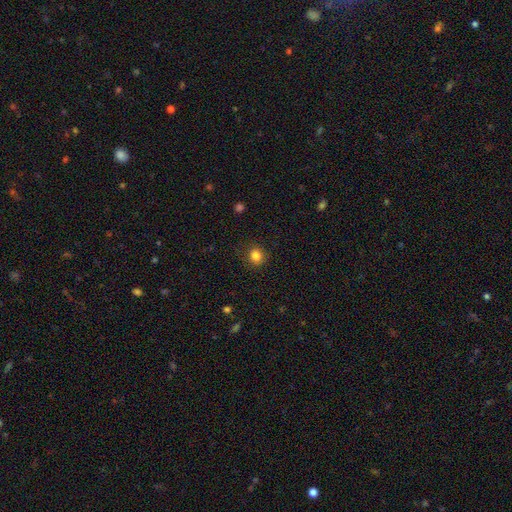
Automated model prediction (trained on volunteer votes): The model was most divided on "how rounded": round: 84%, in between: 15%, cigar-shaped: 1%. More confident: merging — none (88%); smooth or featured — smooth (84%).